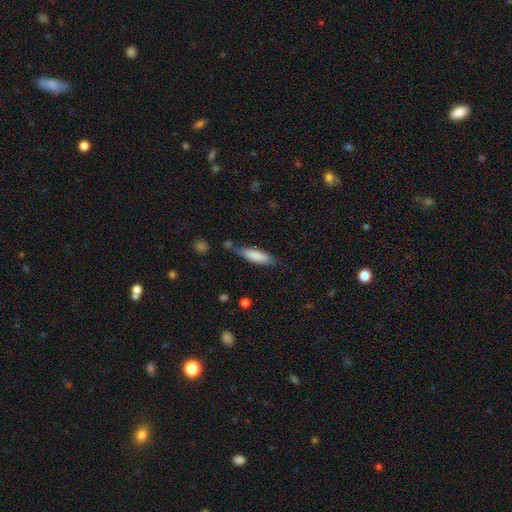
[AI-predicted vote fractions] This is clearly a smooth galaxy (81%). How rounded: possibly cigar-shaped (52%). Merging: possibly none (59%).